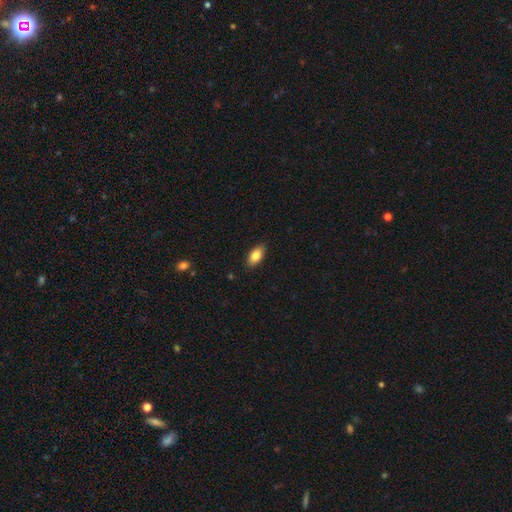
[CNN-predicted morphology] smooth 84%, featured or disk 9%, star or artifact 7%. Down the decision tree: how rounded — in between (92%); merging — none (87%).